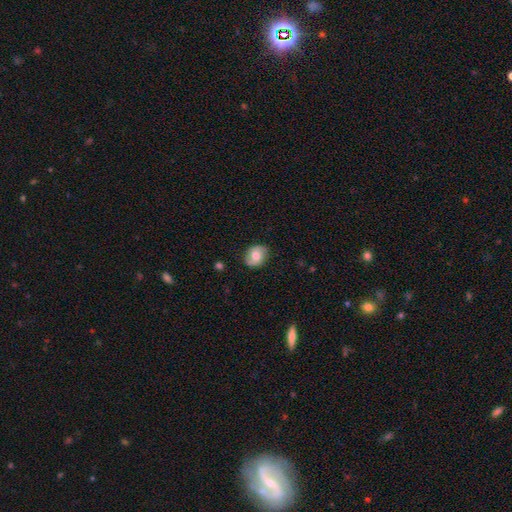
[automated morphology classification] A smooth galaxy with no disk features (55%) that is in between round and cigar-shaped (51%).

Vote fractions:
- Smooth or featured? smooth: 55% / featured or disk: 37% / star or artifact: 8%
- How rounded? in between: 51% / round: 48% / cigar-shaped: 1%
- Merging? none: 80% / minor disturbance: 15% / major disturbance: 3% / merger: 1%